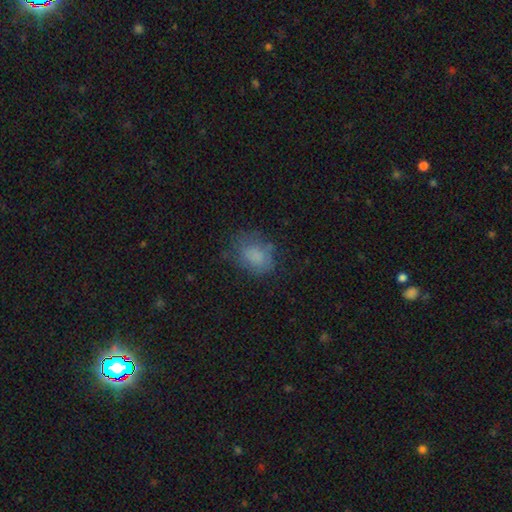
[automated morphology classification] The model was most divided on "how rounded": in between: 61%, round: 38%, cigar-shaped: 1%. More confident: smooth or featured — smooth (74%); merging — none (60%).